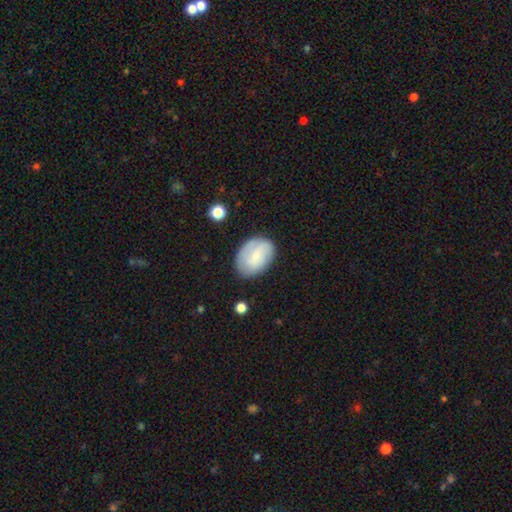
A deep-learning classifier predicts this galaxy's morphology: This is likely a smooth galaxy (64%). How rounded: clearly in between (81%). Merging: likely none (73%).